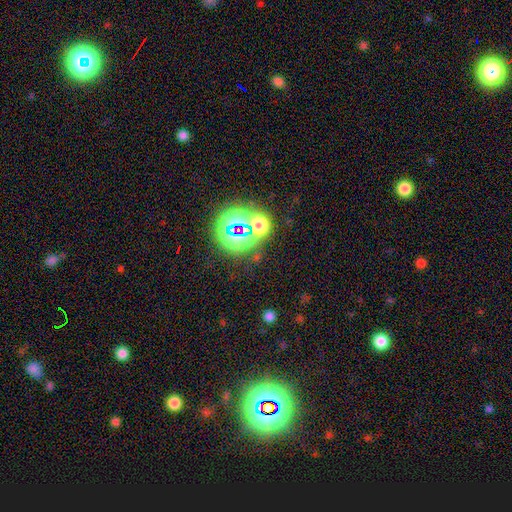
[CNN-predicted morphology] A star or artifact, not a galaxy (65%).

Vote fractions:
- Smooth or featured? star or artifact: 65% / smooth: 26% / featured or disk: 10%